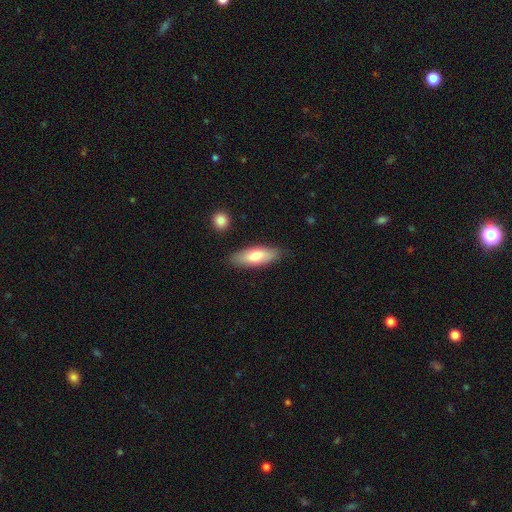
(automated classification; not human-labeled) Smooth or featured? smooth (71%)
How rounded? in between (67%)
Merging? none (84%)